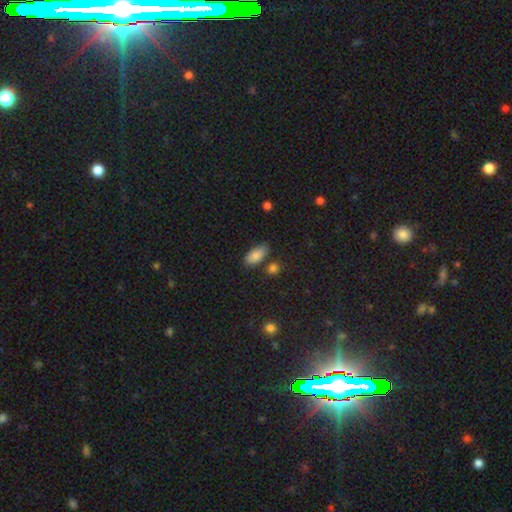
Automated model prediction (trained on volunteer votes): Q: Smooth or featured?
A: smooth (85%); runner-up: star or artifact (8%)
Q: How rounded?
A: in between (90%); runner-up: cigar-shaped (7%)
Q: Merging?
A: none (74%); runner-up: minor disturbance (15%)